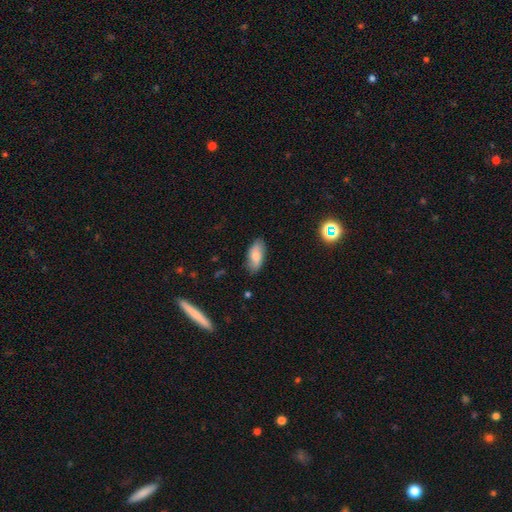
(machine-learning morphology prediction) smooth 77%, featured or disk 16%, star or artifact 7%. Down the decision tree: how rounded — in between (87%); merging — none (83%).